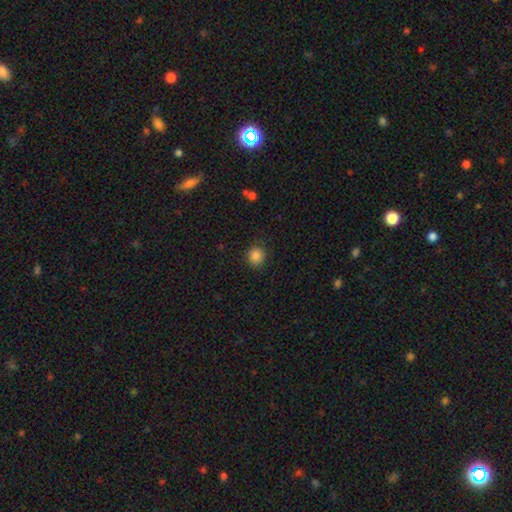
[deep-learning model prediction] smooth 86%, star or artifact 11%, featured or disk 3%. Down the decision tree: how rounded — round (89%); merging — none (88%).